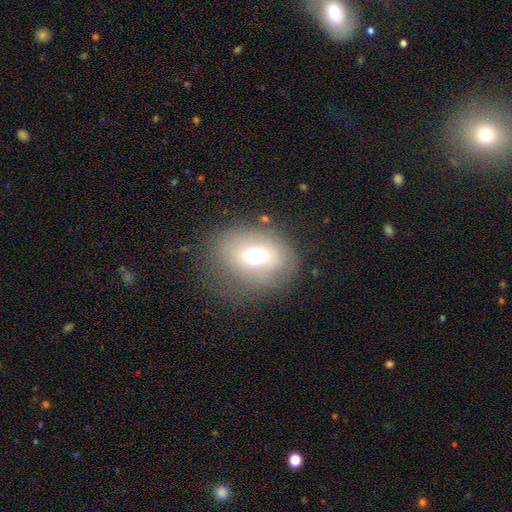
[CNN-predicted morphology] Smooth or featured?
  - smooth: 66% *
  - featured or disk: 20%
  - star or artifact: 14%
How rounded?
  - round: 51% *
  - in between: 48%
  - cigar-shaped: 1%
Merging?
  - none: 68% *
  - minor disturbance: 18%
  - major disturbance: 12%
  - merger: 2%